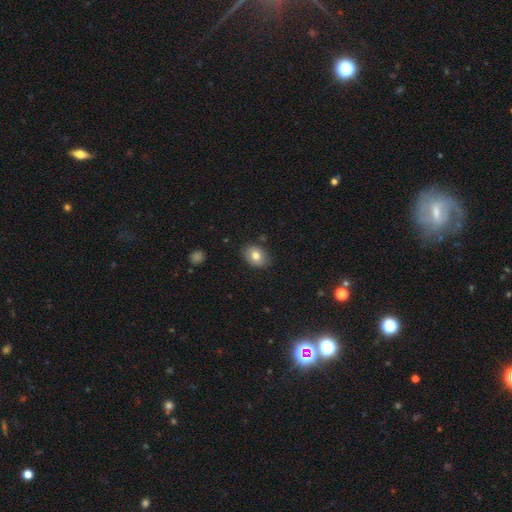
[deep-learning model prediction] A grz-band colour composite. It shows a smooth galaxy with no disk features (79%) that is in between round and cigar-shaped (65%). Merging: none (85%).